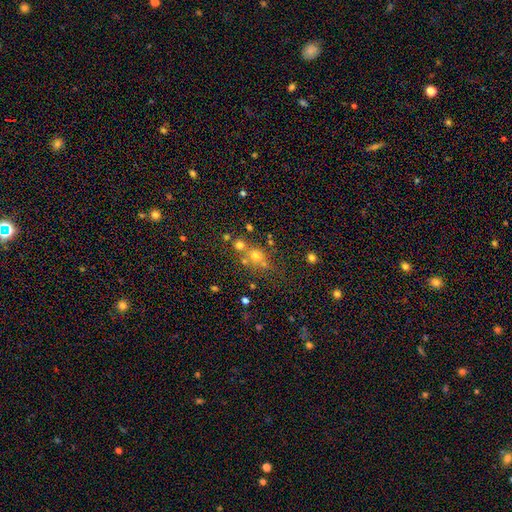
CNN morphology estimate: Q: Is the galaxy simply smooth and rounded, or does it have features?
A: smooth — 52%.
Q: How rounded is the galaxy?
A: round — 75%.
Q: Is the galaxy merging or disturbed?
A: none — 53%.